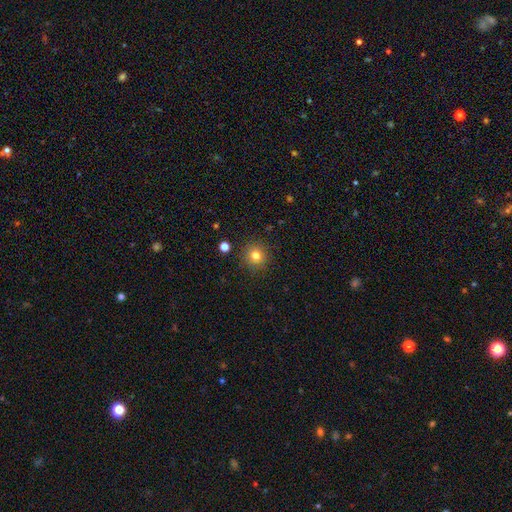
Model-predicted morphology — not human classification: A smooth galaxy with no disk features (79%) that is round (93%). Merging: none (90%).